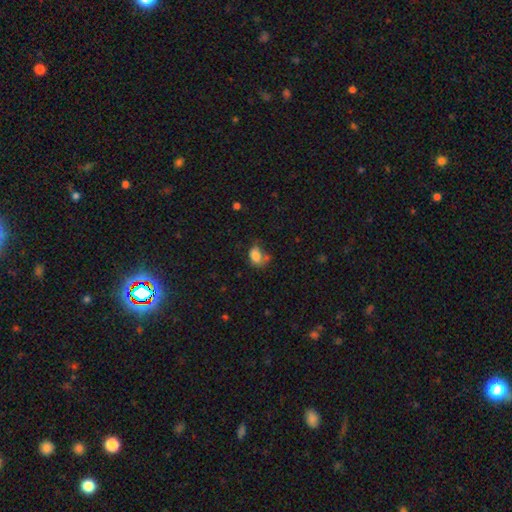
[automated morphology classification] A smooth galaxy with no disk features (79%) that is in between round and cigar-shaped (79%). Merging: none (37%).